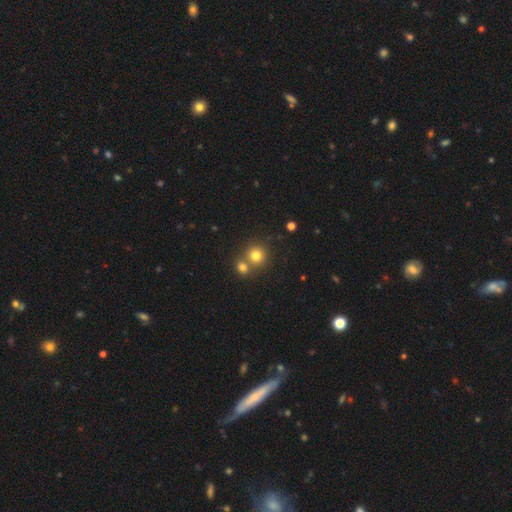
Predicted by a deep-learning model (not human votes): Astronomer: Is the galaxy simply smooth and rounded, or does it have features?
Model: smooth — 77%.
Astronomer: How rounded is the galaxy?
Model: round — 90%.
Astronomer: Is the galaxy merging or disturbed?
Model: none — 57% (runner-up: merger, 34%).